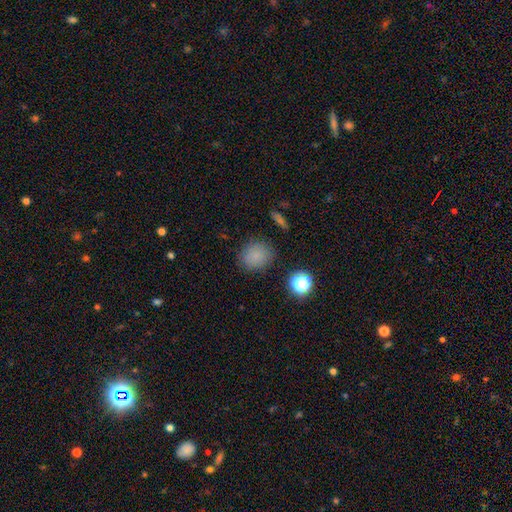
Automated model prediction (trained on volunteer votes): A smooth galaxy with no disk features (80%) that is round (77%).

Vote fractions:
- Smooth or featured? smooth: 80% / star or artifact: 14% / featured or disk: 6%
- How rounded? round: 77% / in between: 21% / cigar-shaped: 1%
- Merging? none: 84% / minor disturbance: 11% / major disturbance: 3% / merger: 2%